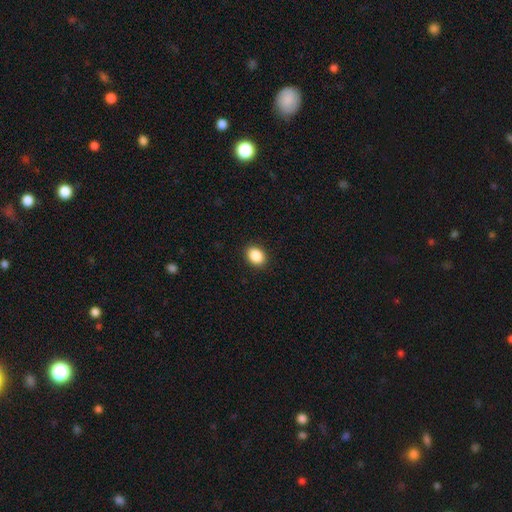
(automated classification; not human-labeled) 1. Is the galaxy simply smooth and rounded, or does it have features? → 89% smooth, 8% star or artifact, 3% featured or disk.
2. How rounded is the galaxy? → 63% in between, 36% round, 1% cigar-shaped.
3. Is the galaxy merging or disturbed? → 91% none, 6% minor disturbance, 2% major disturbance, 1% merger.